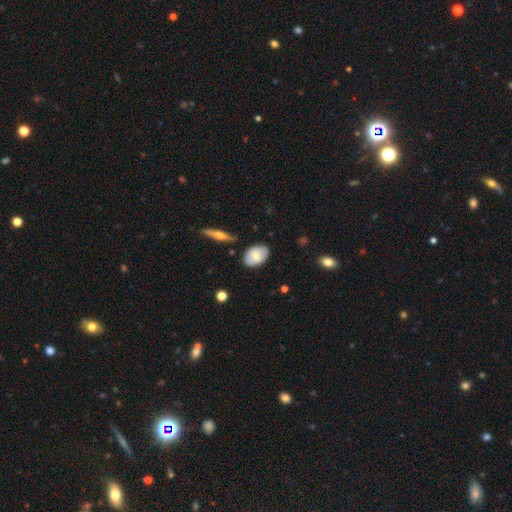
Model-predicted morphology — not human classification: The model was most divided on "smooth or featured": smooth: 66%, featured or disk: 28%, star or artifact: 6%. More confident: how rounded — in between (86%); merging — none (79%).